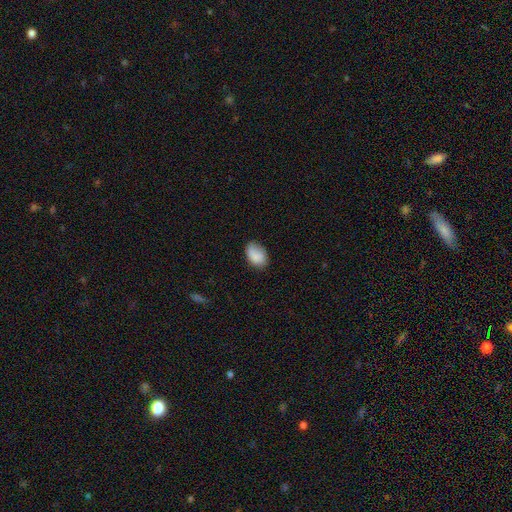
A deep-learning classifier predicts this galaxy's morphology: This is clearly a smooth galaxy (85%). How rounded: clearly in between (86%). Merging: likely none (69%).